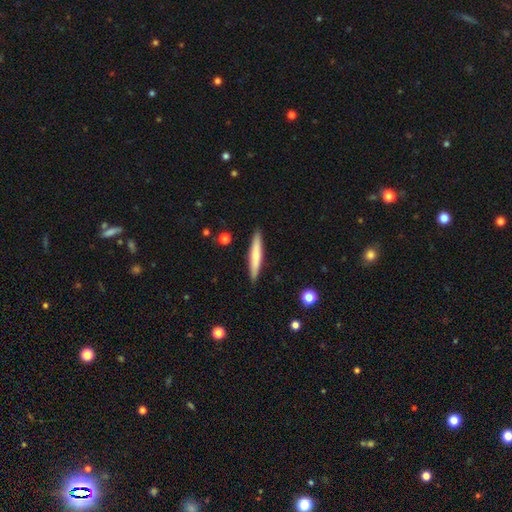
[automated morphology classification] Smooth or featured: smooth — 69% (featured or disk — 26%)
How rounded: cigar-shaped — 93% (in between — 6%)
Merging: none — 91% (minor disturbance — 7%)